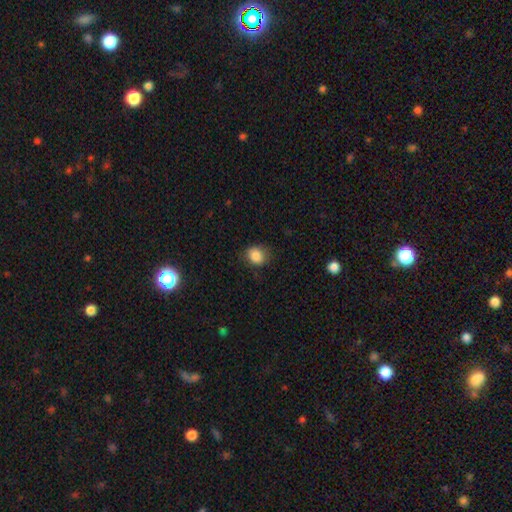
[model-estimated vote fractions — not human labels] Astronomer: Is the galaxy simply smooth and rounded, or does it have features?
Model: smooth — 86%.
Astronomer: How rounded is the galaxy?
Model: round — 60% (runner-up: in between, 39%).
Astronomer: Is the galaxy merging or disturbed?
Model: none — 78%.